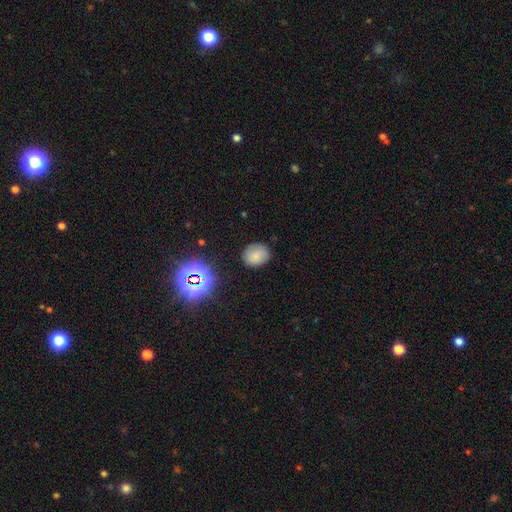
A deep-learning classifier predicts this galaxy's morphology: smooth_or_featured: smooth (p=0.77) [alt: star or artifact p=0.15]
how_rounded: round (p=0.66) [alt: in between p=0.33]
merging: none (p=0.82) [alt: minor disturbance p=0.13]